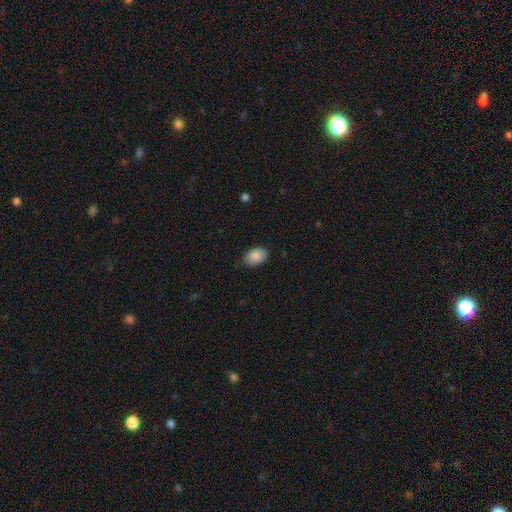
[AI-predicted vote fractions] A smooth galaxy with no disk features (87%) that is in between round and cigar-shaped (88%).

Vote fractions:
- Smooth or featured? smooth: 87% / star or artifact: 7% / featured or disk: 6%
- How rounded? in between: 88% / round: 11% / cigar-shaped: 1%
- Merging? none: 78% / minor disturbance: 19% / major disturbance: 3% / merger: 1%